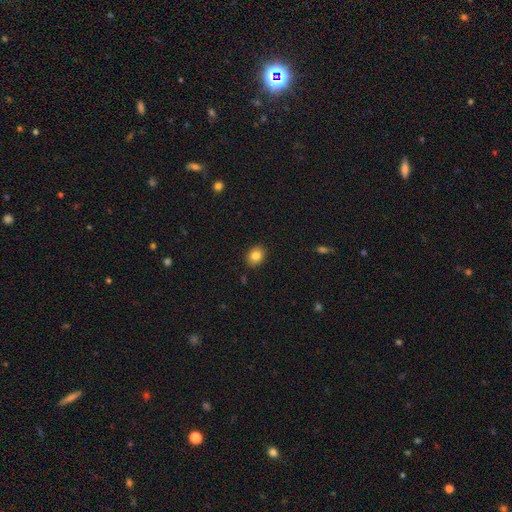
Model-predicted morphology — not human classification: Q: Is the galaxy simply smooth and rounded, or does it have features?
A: smooth — 83%.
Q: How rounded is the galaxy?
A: in between — 53%.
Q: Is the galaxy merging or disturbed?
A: none — 89%.